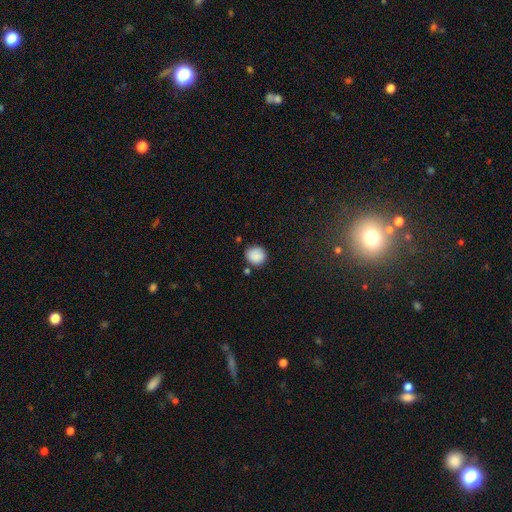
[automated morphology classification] Overall: smooth (88%). How rounded: round (86%). Merging: none (81%).